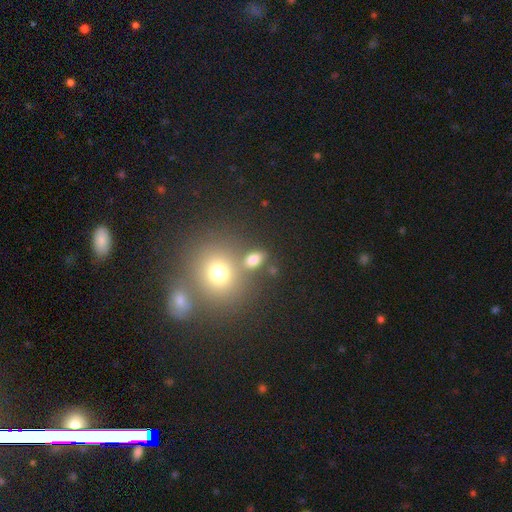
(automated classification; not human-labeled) This is likely a smooth galaxy (74%). How rounded: likely in between (64%). Merging: likely none (62%).